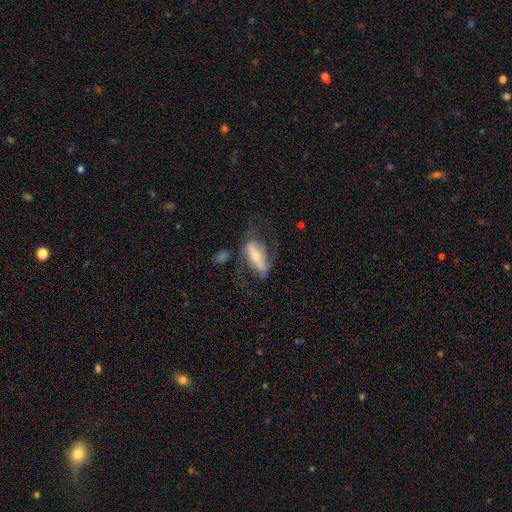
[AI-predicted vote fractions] This appears to be a featured or disk galaxy (62%). Merging: none (52%).